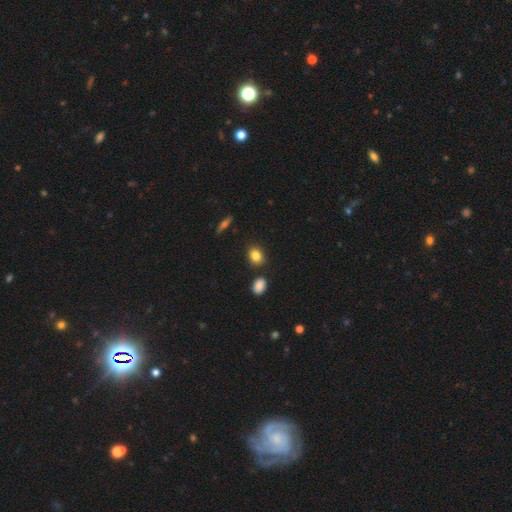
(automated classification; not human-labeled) This is clearly a smooth galaxy (85%). How rounded: possibly in between (56%). Merging: clearly none (82%).